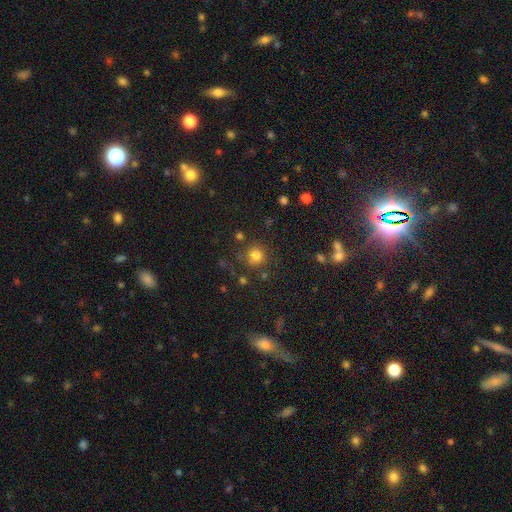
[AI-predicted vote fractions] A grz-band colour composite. It shows a smooth galaxy with no disk features (78%) that is round (91%). Merging: none (79%).